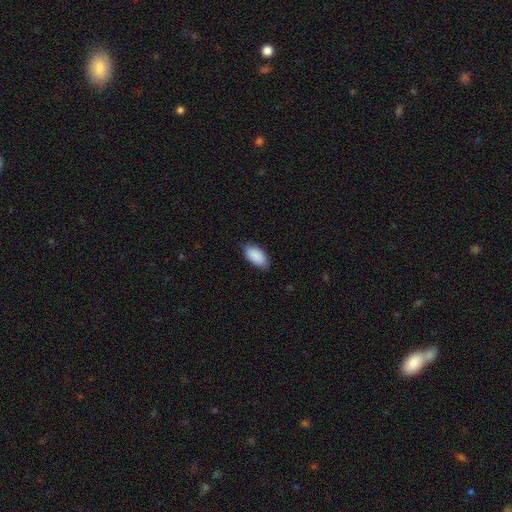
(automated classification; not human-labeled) Smooth or featured?
  - smooth: 90% *
  - star or artifact: 6%
  - featured or disk: 4%
How rounded?
  - in between: 94% *
  - cigar-shaped: 4%
  - round: 2%
Merging?
  - none: 81% *
  - minor disturbance: 16%
  - major disturbance: 2%
  - merger: 1%